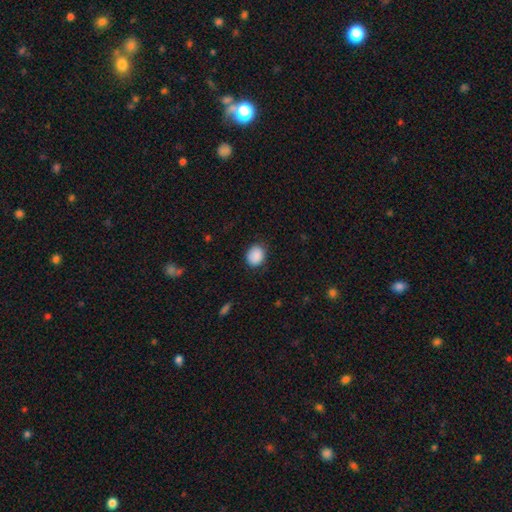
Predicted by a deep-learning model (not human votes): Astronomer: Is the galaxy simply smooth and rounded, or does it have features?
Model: smooth — 90%.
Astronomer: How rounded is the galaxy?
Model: round — 54% (runner-up: in between, 45%).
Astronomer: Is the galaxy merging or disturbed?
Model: none — 81%.